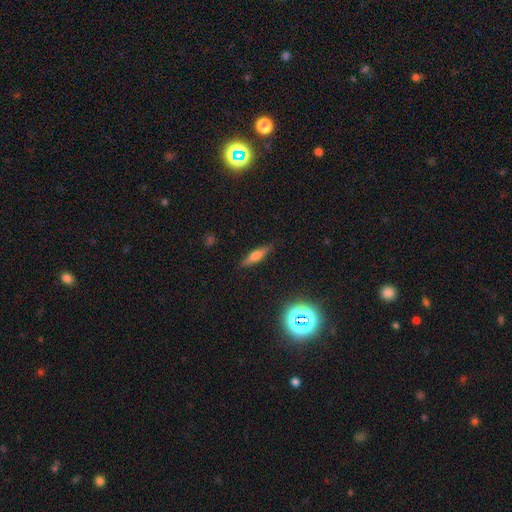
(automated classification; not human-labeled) Smooth or featured: smooth — 50% (featured or disk — 39%)
Merging: none — 86% (minor disturbance — 10%)